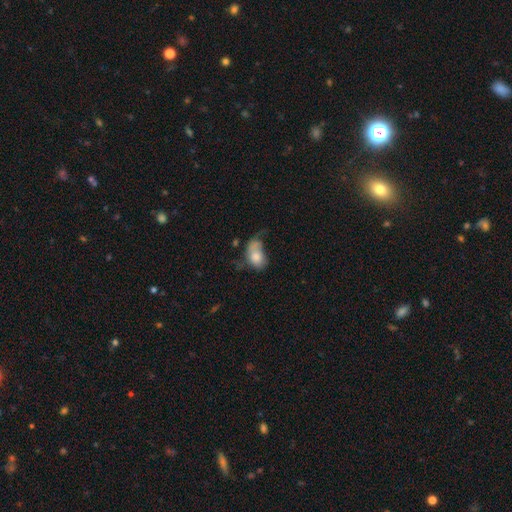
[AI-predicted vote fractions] smooth_or_featured: smooth (p=0.68) [alt: featured or disk p=0.24]
how_rounded: in between (p=0.85) [alt: round p=0.13]
merging: major disturbance (p=0.42) [alt: minor disturbance p=0.28]